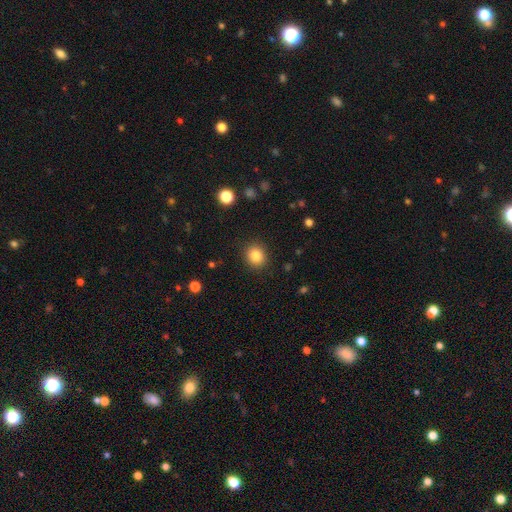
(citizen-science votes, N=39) Q: Smooth or featured?
A: smooth (87%); runner-up: star or artifact (8%)
Q: How rounded?
A: round (76%); runner-up: in between (24%)
Q: Merging?
A: none (89%); runner-up: minor disturbance (11%)